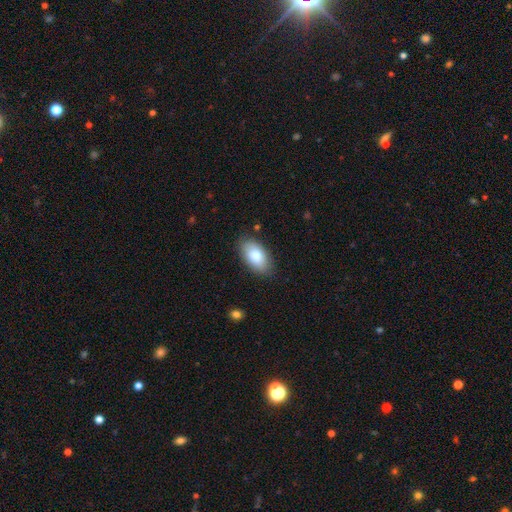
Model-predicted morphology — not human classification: A smooth galaxy with no disk features (84%) that is in between round and cigar-shaped (94%).

Vote fractions:
- Smooth or featured? smooth: 84% / featured or disk: 10% / star or artifact: 6%
- How rounded? in between: 94% / round: 3% / cigar-shaped: 2%
- Merging? none: 83% / minor disturbance: 13% / major disturbance: 3% / merger: 1%